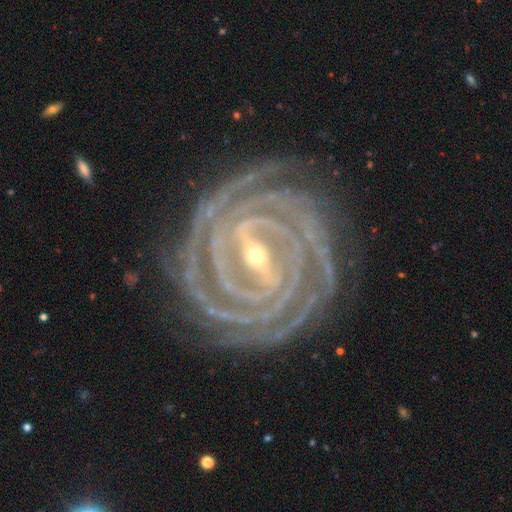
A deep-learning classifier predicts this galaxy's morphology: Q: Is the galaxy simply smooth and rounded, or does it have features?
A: featured or disk — 93%.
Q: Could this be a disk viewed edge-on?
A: no — 97%.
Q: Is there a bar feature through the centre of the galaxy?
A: strong — 69%.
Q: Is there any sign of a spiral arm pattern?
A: yes — 99%.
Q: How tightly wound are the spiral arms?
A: tight — 91%.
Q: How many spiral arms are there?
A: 4 — 23%, tied with 2.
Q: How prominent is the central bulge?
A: small — 69%.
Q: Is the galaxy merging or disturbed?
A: none — 85%.